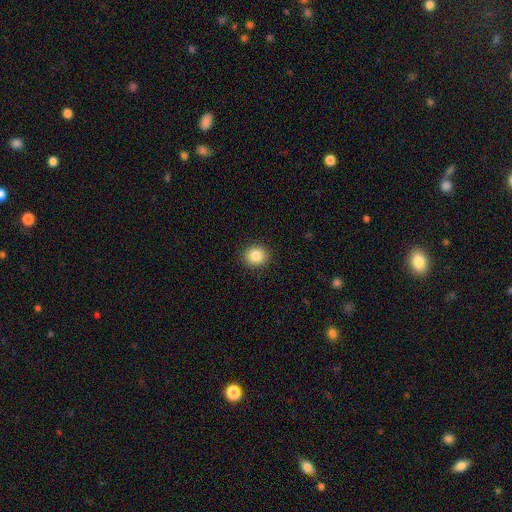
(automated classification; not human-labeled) This appears to be a smooth galaxy with no disk features (85%) that is round (84%). Merging: none (91%).